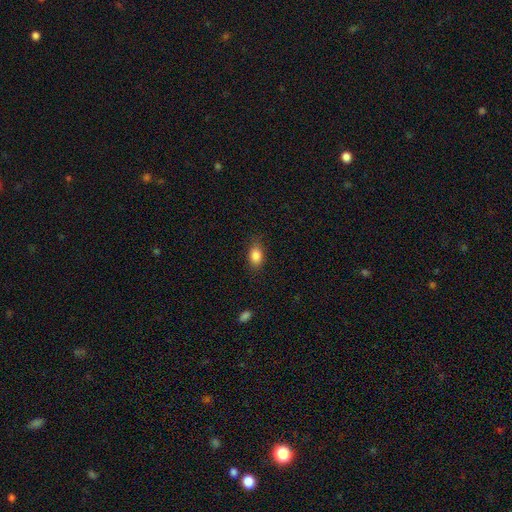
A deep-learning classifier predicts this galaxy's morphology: Q: Smooth or featured?
A: smooth (85%); runner-up: star or artifact (9%)
Q: How rounded?
A: in between (82%); runner-up: round (15%)
Q: Merging?
A: none (80%); runner-up: minor disturbance (15%)